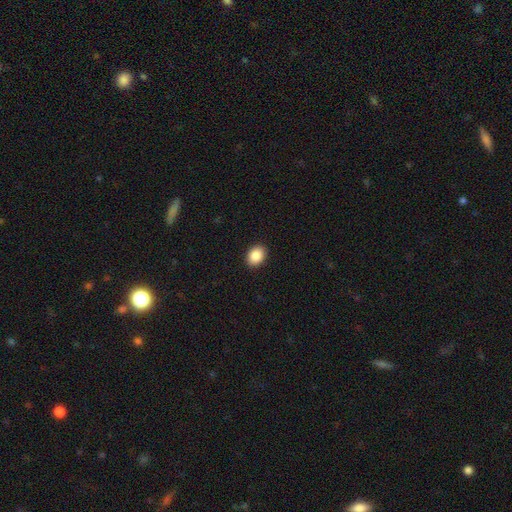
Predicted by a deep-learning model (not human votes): This appears to be a smooth galaxy with no disk features (88%) that is in between round and cigar-shaped (64%). Merging: none (91%).